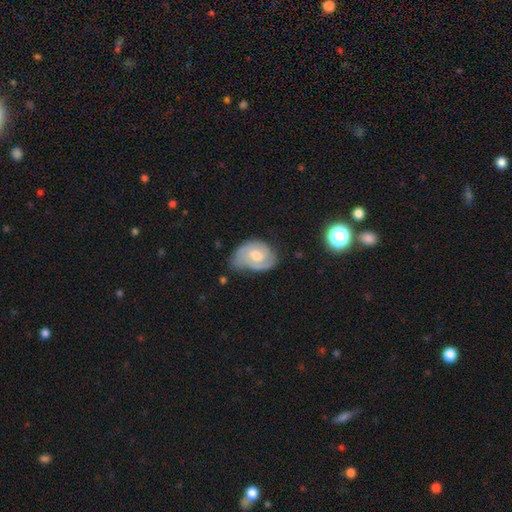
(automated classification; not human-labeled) Smooth or featured? Predicted: featured or disk (p=0.72). Edge-on disk? Predicted: no (p=0.97). Bar? Predicted: no (p=0.56). Spiral arms? Predicted: yes (p=0.90). Spiral winding? Predicted: tight (p=0.54). Spiral arm count? Predicted: 2 (p=0.59). Bulge size? Predicted: moderate (p=0.65). Merging? Predicted: none (p=0.53).